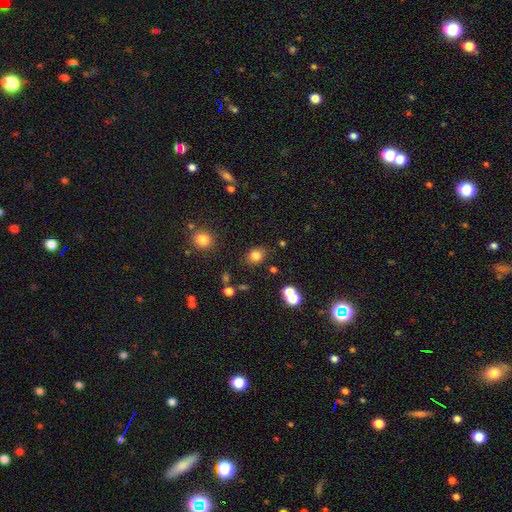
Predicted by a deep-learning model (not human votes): Q: Smooth or featured?
A: smooth (80%); runner-up: star or artifact (14%)
Q: How rounded?
A: round (60%); runner-up: in between (39%)
Q: Merging?
A: none (82%); runner-up: minor disturbance (11%)